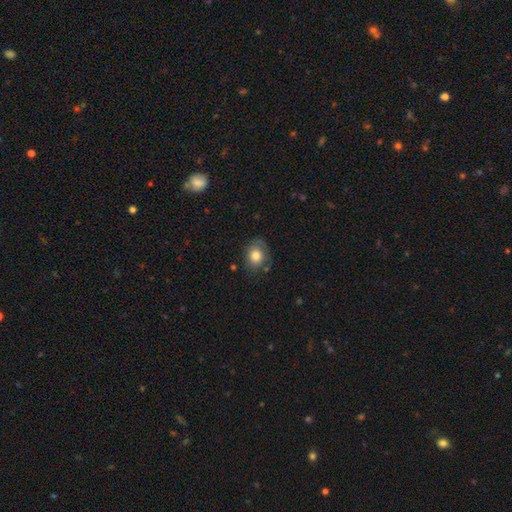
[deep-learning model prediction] smooth_or_featured: smooth (p=0.76) [alt: featured or disk p=0.16]
how_rounded: in between (p=0.50) [alt: round p=0.49]
merging: none (p=0.66) [alt: minor disturbance p=0.24]